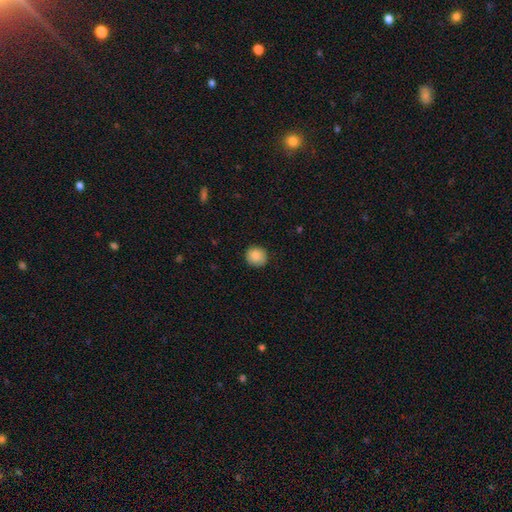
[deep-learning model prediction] A smooth galaxy with no disk features (88%) that is round (87%). Merging: none (86%).